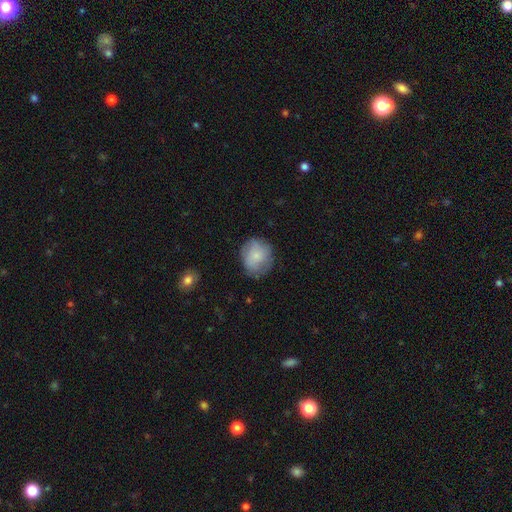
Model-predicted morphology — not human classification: Smooth or featured? smooth (75%)
How rounded? round (78%)
Merging? none (70%)